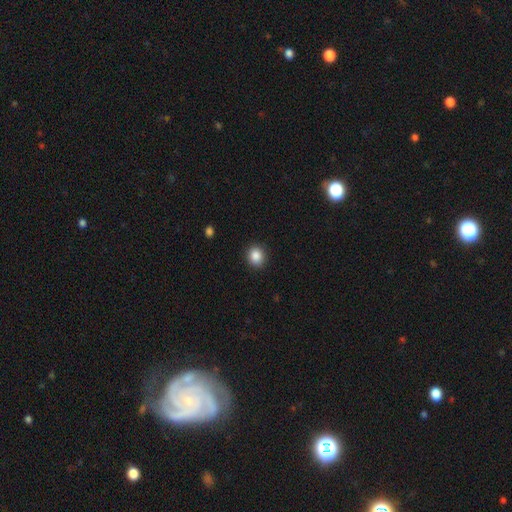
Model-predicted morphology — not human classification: The model was most divided on "how rounded": round: 77%, in between: 22%, cigar-shaped: 1%. More confident: merging — none (90%); smooth or featured — smooth (87%).